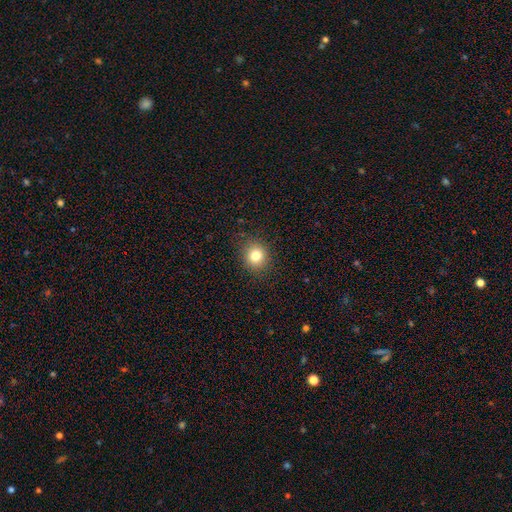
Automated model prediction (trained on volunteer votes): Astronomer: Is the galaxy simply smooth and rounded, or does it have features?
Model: smooth — 81%.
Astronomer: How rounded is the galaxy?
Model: round — 84%.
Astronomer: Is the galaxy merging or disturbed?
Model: none — 88%.